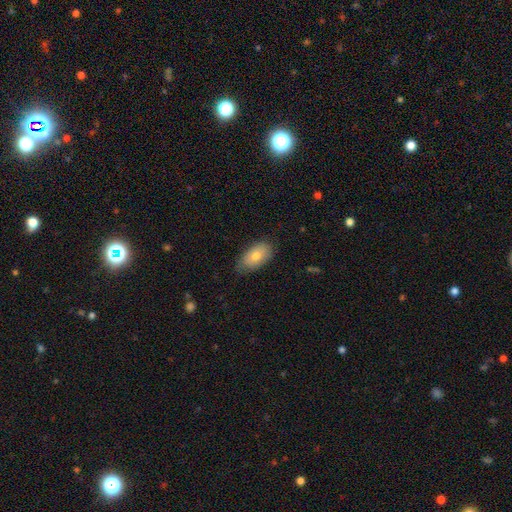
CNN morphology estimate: Smooth or featured? smooth (76%)
How rounded? in between (93%)
Merging? none (76%)